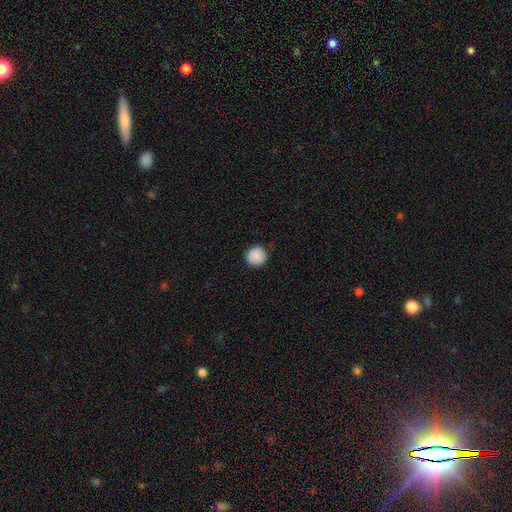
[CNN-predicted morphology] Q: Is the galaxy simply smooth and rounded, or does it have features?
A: smooth — 89%.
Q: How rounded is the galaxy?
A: round — 95%.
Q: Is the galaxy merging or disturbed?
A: none — 88%.